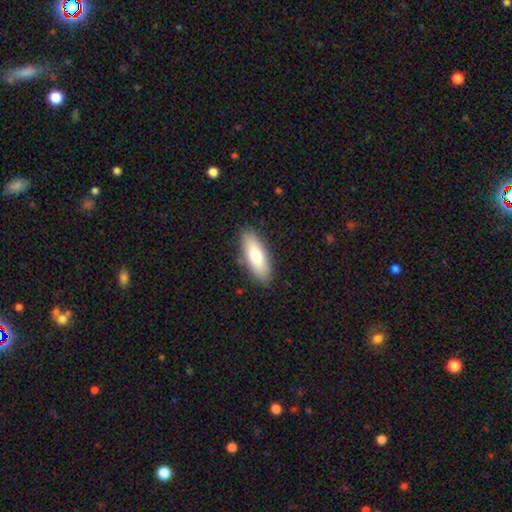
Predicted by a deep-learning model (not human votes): Smooth or featured: smooth — 74% (featured or disk — 20%)
How rounded: in between — 65% (cigar-shaped — 32%)
Merging: none — 87% (minor disturbance — 10%)